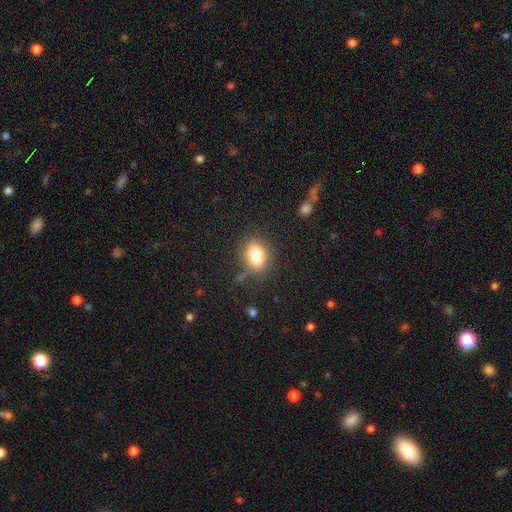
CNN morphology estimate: A smooth galaxy with no disk features (81%) that is in between round and cigar-shaped (61%).

Vote fractions:
- Smooth or featured? smooth: 81% / star or artifact: 10% / featured or disk: 9%
- How rounded? in between: 61% / round: 38% / cigar-shaped: 1%
- Merging? none: 79% / minor disturbance: 13% / major disturbance: 5% / merger: 3%